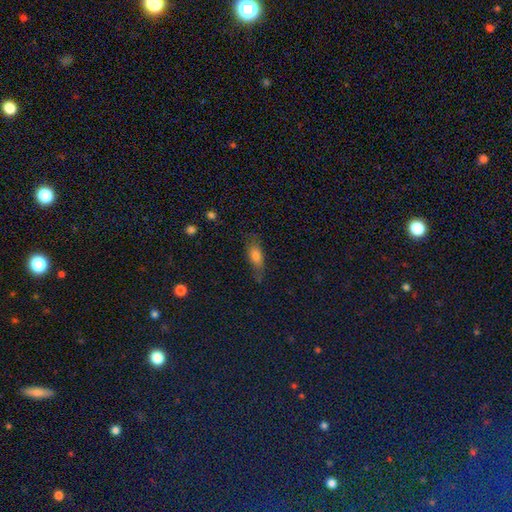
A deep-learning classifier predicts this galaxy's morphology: This is likely a smooth galaxy (74%). How rounded: likely in between (75%). Merging: likely none (65%).